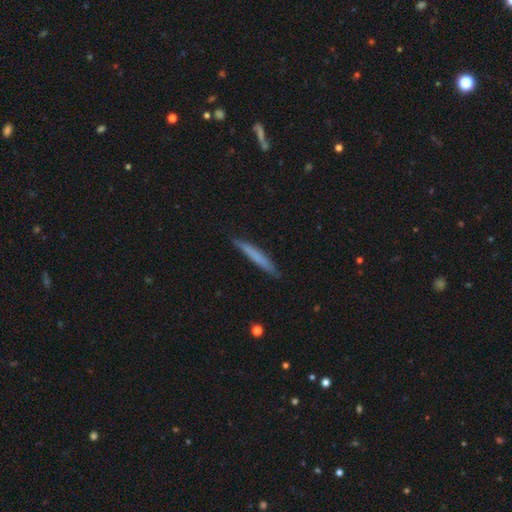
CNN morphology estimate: This appears to be a smooth galaxy with no disk features (65%) that is cigar-shaped (96%). Merging: none (88%).